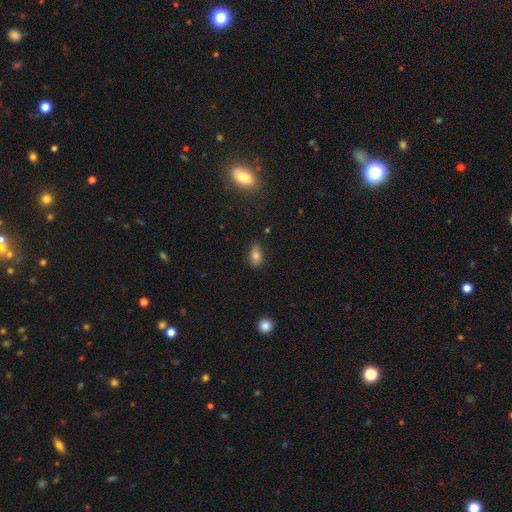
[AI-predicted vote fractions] Smooth or featured? Predicted: smooth (p=0.79). How rounded? Predicted: in between (p=0.86). Merging? Predicted: none (p=0.79).